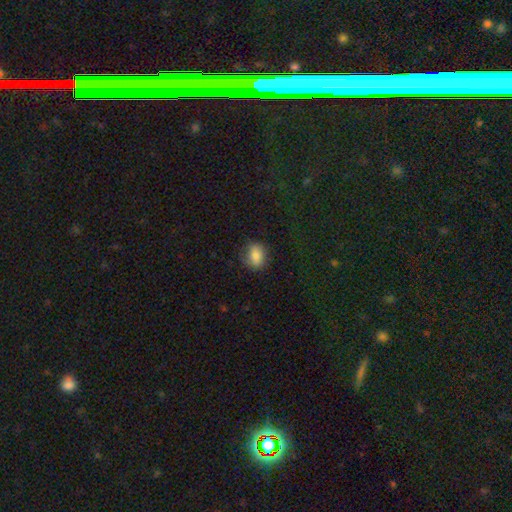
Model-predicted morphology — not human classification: Q: Smooth or featured?
A: smooth (82%); runner-up: star or artifact (9%)
Q: How rounded?
A: in between (64%); runner-up: round (35%)
Q: Merging?
A: none (79%); runner-up: minor disturbance (16%)